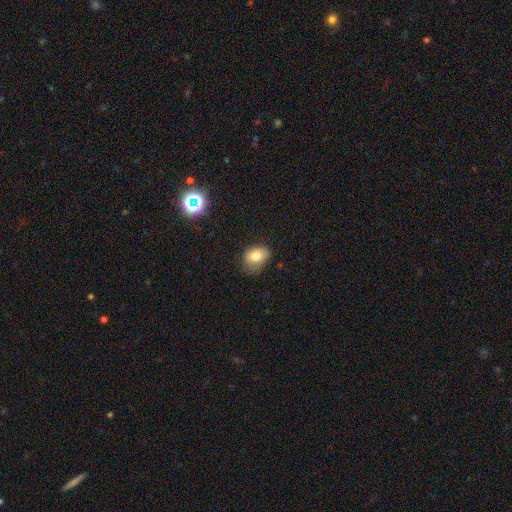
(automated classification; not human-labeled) smooth-or-featured: smooth: 77% | featured or disk: 13% | star or artifact: 10%
  how-rounded: in between: 64% | round: 35% | cigar-shaped: 1%
  merging: none: 53% | minor disturbance: 34% | major disturbance: 11% | merger: 2%